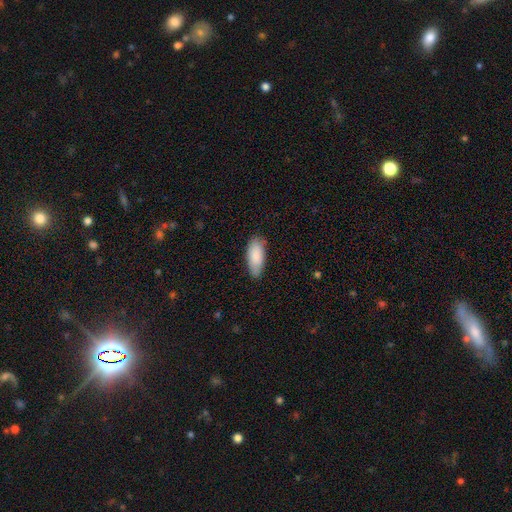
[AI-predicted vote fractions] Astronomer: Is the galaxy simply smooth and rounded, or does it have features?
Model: smooth — 86%.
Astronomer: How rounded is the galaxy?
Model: in between — 85%.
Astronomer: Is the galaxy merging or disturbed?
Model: none — 76%.